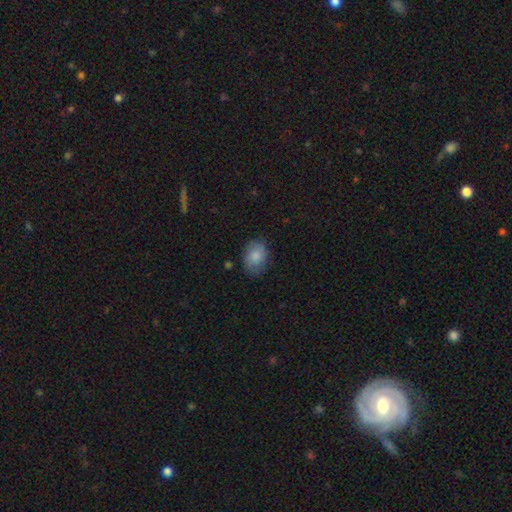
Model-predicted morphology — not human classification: smooth-or-featured: smooth: 79% | featured or disk: 14% | star or artifact: 7%
  how-rounded: in between: 76% | round: 23% | cigar-shaped: 1%
  merging: none: 73% | minor disturbance: 20% | major disturbance: 5% | merger: 1%